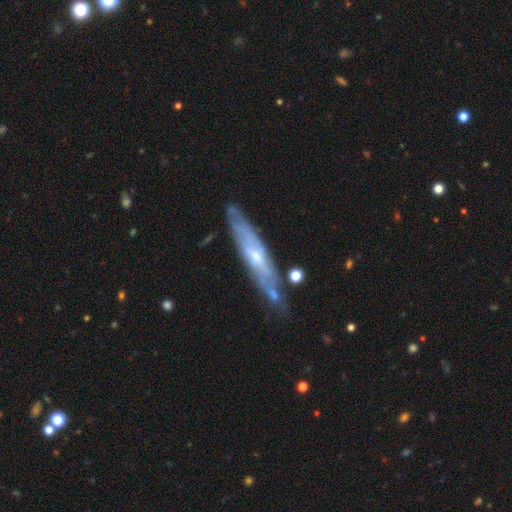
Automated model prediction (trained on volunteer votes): featured or disk 68%, smooth 26%, star or artifact 6%. Down the decision tree: edge-on disk — yes (58%); merging — none (74%).